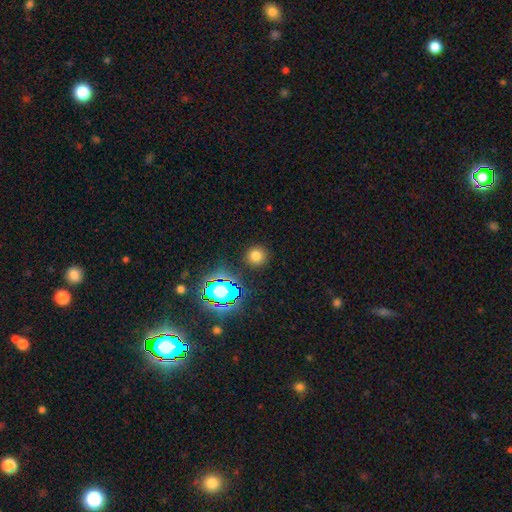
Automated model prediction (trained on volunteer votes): smooth_or_featured: smooth (p=0.71) [alt: star or artifact p=0.21]
how_rounded: round (p=0.92) [alt: in between p=0.07]
merging: none (p=0.88) [alt: minor disturbance p=0.07]